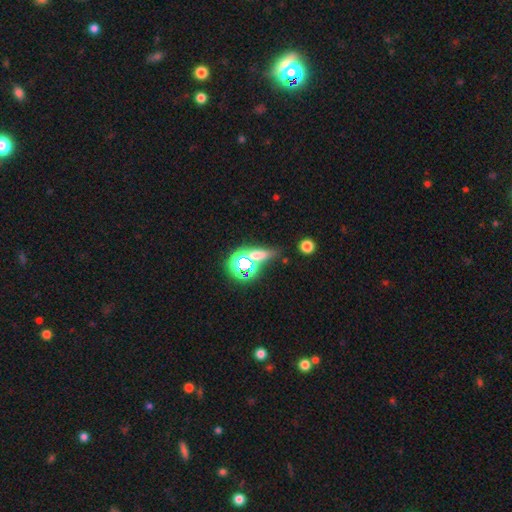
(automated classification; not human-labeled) Smooth or featured? Predicted: smooth (p=0.42). Merging? Predicted: none (p=0.63).